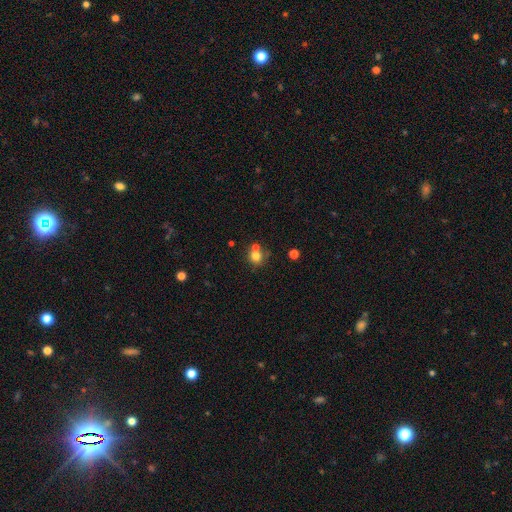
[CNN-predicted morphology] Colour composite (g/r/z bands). It shows a smooth galaxy with no disk features (76%) that is round (86%). Merging: none (56%).